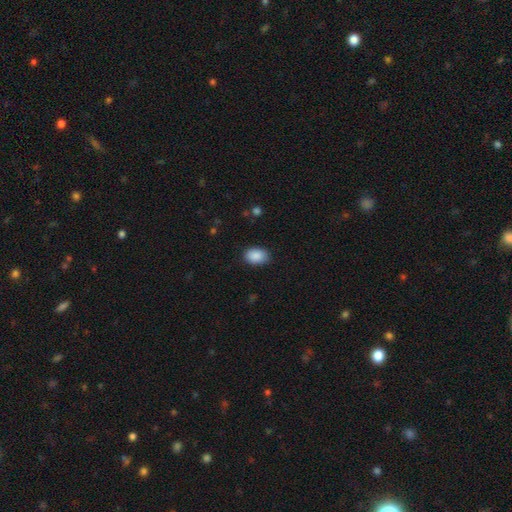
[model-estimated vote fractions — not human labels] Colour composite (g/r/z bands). It shows a smooth galaxy with no disk features (89%) that is in between round and cigar-shaped (82%). Merging: none (85%).